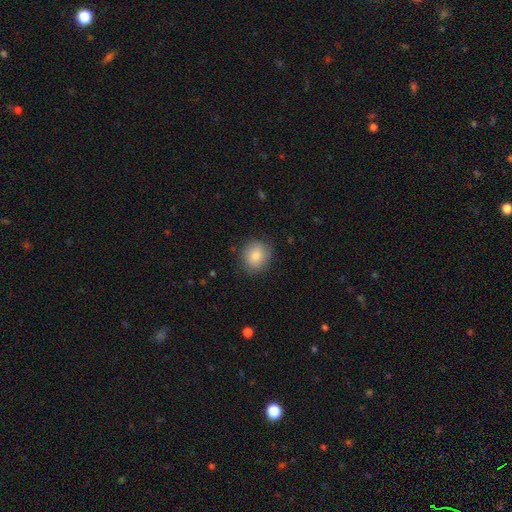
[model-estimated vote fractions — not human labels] Overall: smooth (83%). How rounded: round (75%). Merging: none (82%).